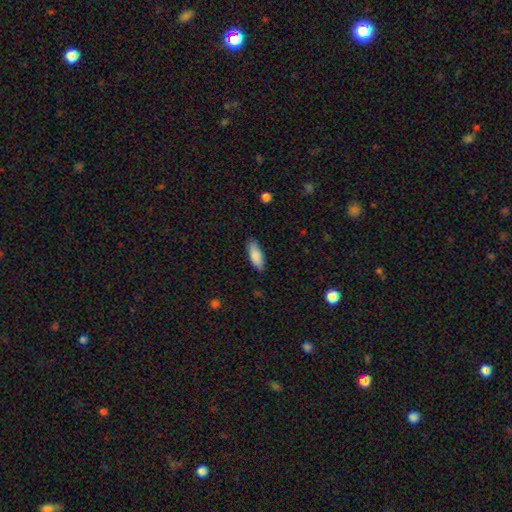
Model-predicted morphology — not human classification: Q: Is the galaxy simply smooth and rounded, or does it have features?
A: smooth — 88%.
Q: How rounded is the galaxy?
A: in between — 70%.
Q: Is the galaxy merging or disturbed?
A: none — 87%.